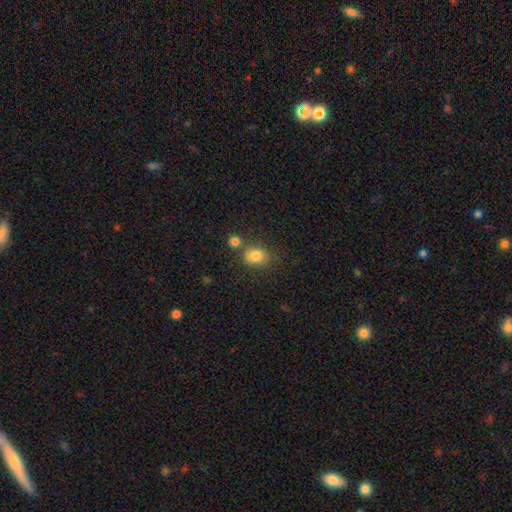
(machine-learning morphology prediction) The model was most divided on "how rounded": in between: 52%, round: 47%, cigar-shaped: 1%. More confident: smooth or featured — smooth (81%); merging — none (61%).